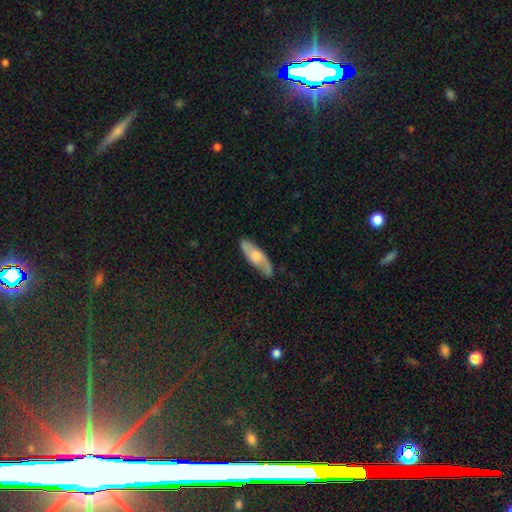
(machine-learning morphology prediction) Smooth or featured: featured or disk — 50% (smooth — 44%)
Edge-on disk: no — 60% (yes — 40%)
Merging: none — 83% (minor disturbance — 13%)